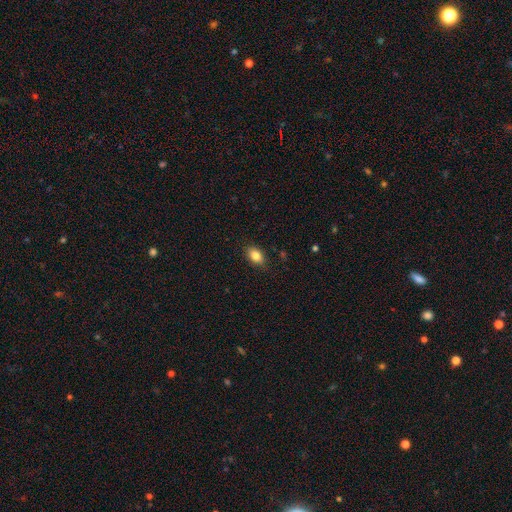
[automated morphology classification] smooth_or_featured: smooth (p=0.84) [alt: star or artifact p=0.09]
how_rounded: in between (p=0.84) [alt: round p=0.14]
merging: none (p=0.86) [alt: minor disturbance p=0.11]